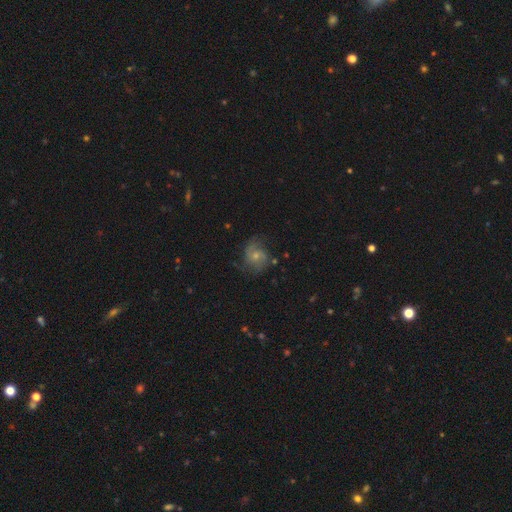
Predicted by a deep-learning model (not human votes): A featured or disk galaxy (60%) with no bar (71%), 2 (58%) medium (46%) spiral arms (86%) and a small central bulge (52%). Merging: none (58%).